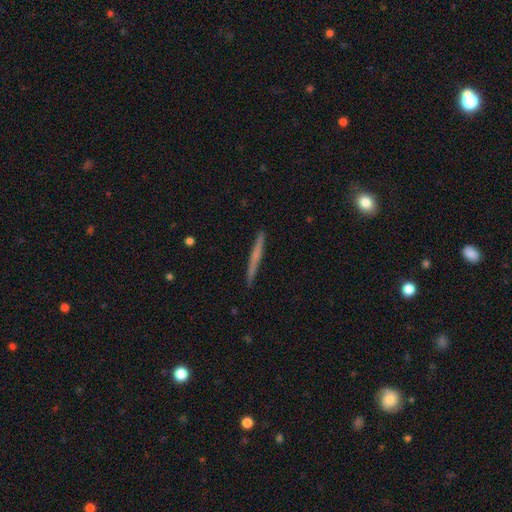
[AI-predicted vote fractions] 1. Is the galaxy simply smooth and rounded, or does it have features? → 47% smooth (tied), 47% featured or disk (tied), 6% star or artifact.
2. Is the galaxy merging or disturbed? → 90% none, 7% minor disturbance, 1% major disturbance, 1% merger.